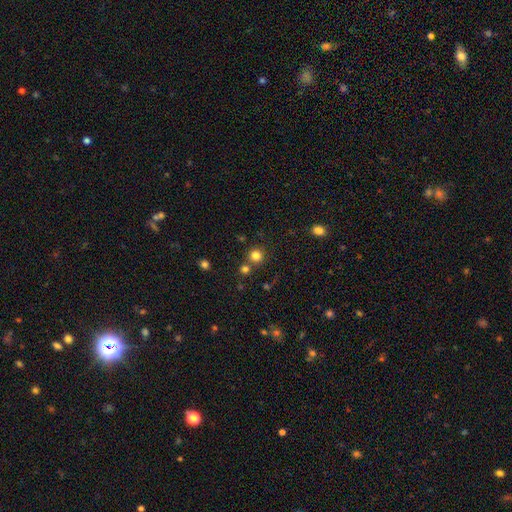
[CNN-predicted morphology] Overall: smooth (80%). How rounded: round (92%). Merging: none (77%).